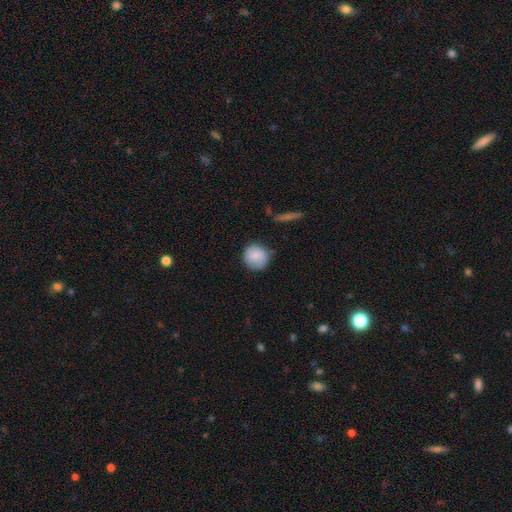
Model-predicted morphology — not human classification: smooth 83%, featured or disk 10%, star or artifact 7%. Down the decision tree: how rounded — round (91%); merging — none (79%).